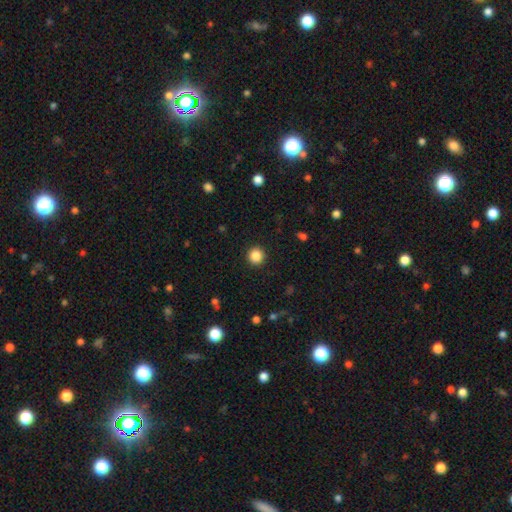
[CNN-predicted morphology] Q: Smooth or featured?
A: smooth (87%); runner-up: star or artifact (10%)
Q: How rounded?
A: round (95%); runner-up: in between (4%)
Q: Merging?
A: none (93%); runner-up: minor disturbance (5%)